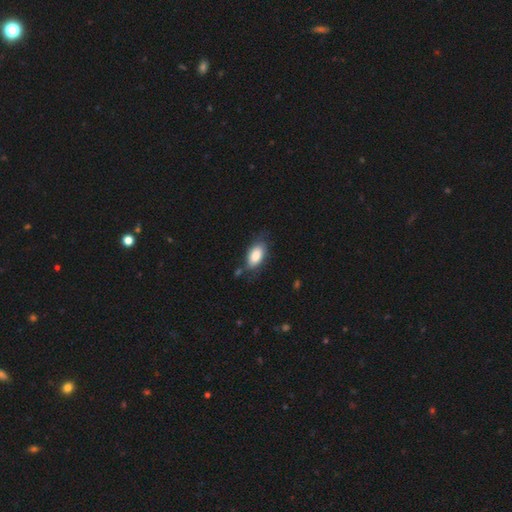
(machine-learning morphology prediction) A smooth galaxy with no disk features (84%) that is in between round and cigar-shaped (91%).

Vote fractions:
- Smooth or featured? smooth: 84% / featured or disk: 10% / star or artifact: 7%
- How rounded? in between: 91% / cigar-shaped: 5% / round: 4%
- Merging? none: 67% / minor disturbance: 23% / major disturbance: 6% / merger: 4%